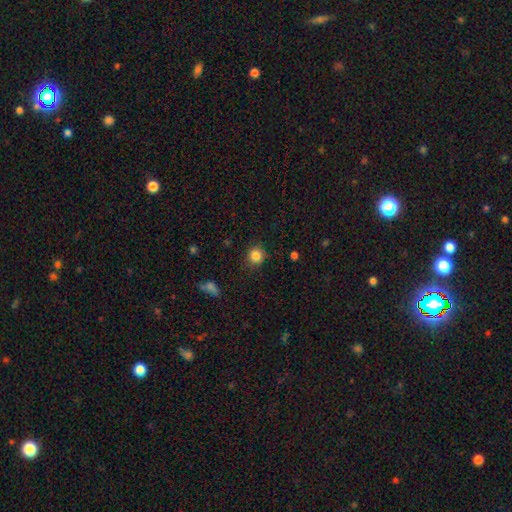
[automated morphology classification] This appears to be a smooth galaxy with no disk features (84%) that is round (89%). Merging: none (85%).